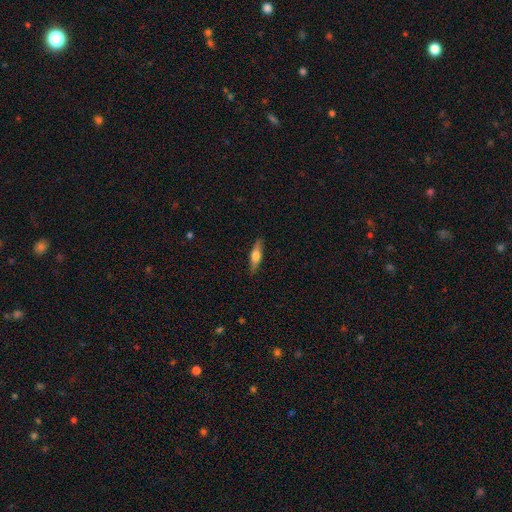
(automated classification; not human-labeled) smooth 48%, featured or disk 46%, star or artifact 6%. Down the decision tree: merging — none (87%).